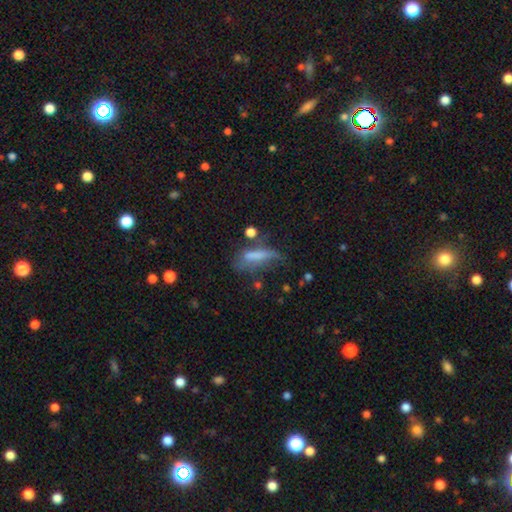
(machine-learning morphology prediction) A smooth galaxy with no disk features (58%) that is cigar-shaped (60%). Merging: none (36%).